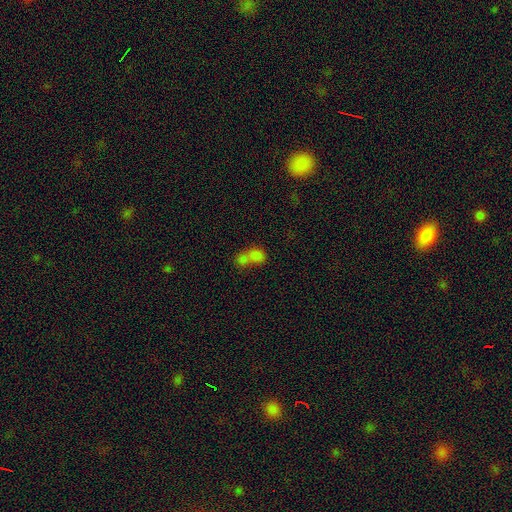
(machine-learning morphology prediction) Q: Smooth or featured?
A: smooth (77%); runner-up: featured or disk (12%)
Q: How rounded?
A: in between (61%); runner-up: round (37%)
Q: Merging?
A: merger (72%); runner-up: none (18%)